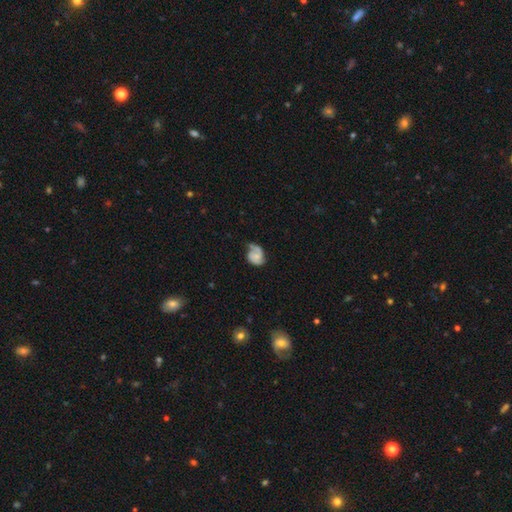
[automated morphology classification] This appears to be a featured or disk galaxy (58%) with no bar (68%), spiral arms (86%) and a small central bulge (45%). Merging: none (42%).